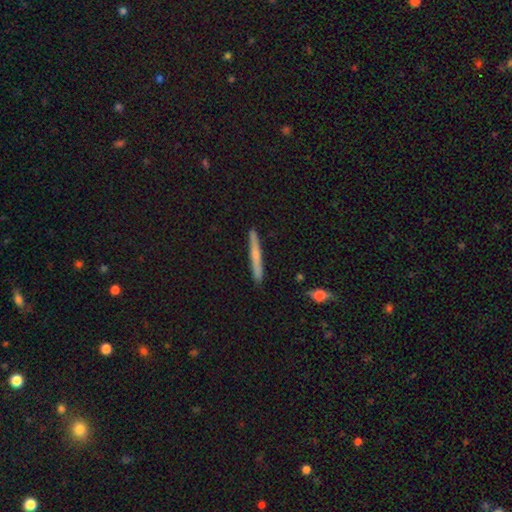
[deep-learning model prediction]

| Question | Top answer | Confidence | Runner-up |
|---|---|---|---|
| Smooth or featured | smooth | 51% | featured or disk (42%) |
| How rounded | cigar-shaped | 96% | in between (2%) |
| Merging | none | 90% | minor disturbance (7%) |